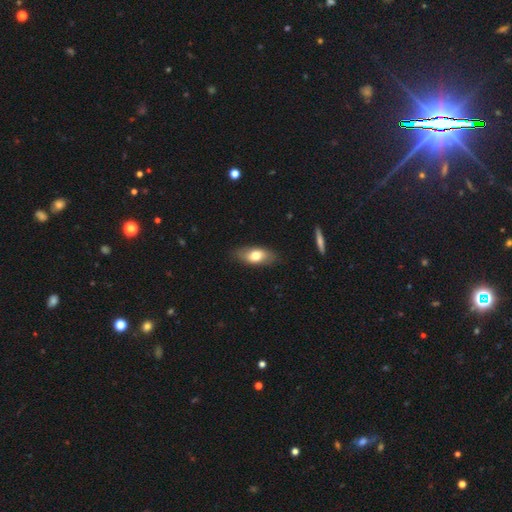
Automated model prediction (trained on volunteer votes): The model was most divided on "smooth or featured": smooth: 72%, featured or disk: 22%, star or artifact: 6%. More confident: how rounded — in between (86%); merging — none (82%).